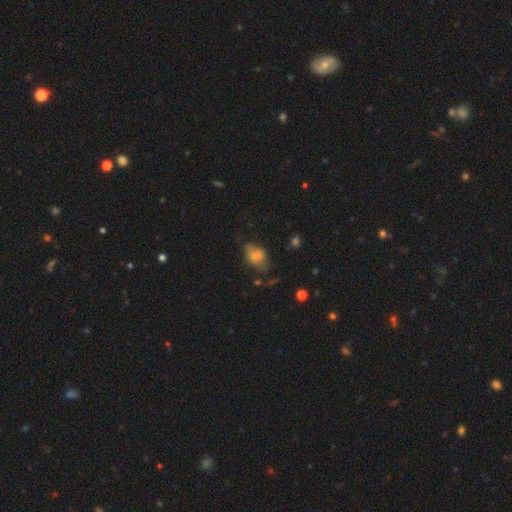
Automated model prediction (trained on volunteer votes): Overall: smooth (71%). How rounded: in between (84%). Merging: none (53%; minor disturbance 31%).